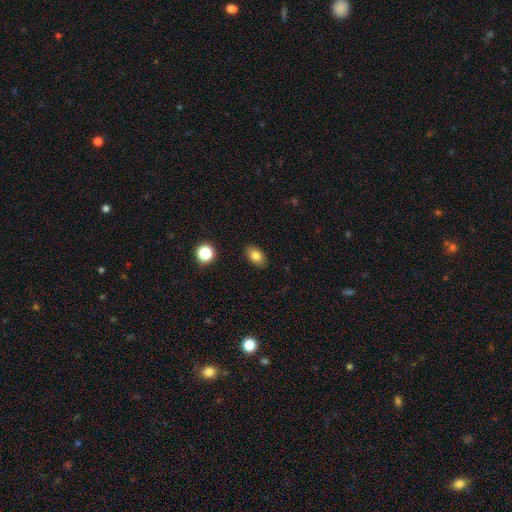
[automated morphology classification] A smooth galaxy with no disk features (81%) that is in between round and cigar-shaped (86%).

Vote fractions:
- Smooth or featured? smooth: 81% / star or artifact: 10% / featured or disk: 9%
- How rounded? in between: 86% / round: 13% / cigar-shaped: 2%
- Merging? none: 87% / minor disturbance: 9% / major disturbance: 2% / merger: 1%